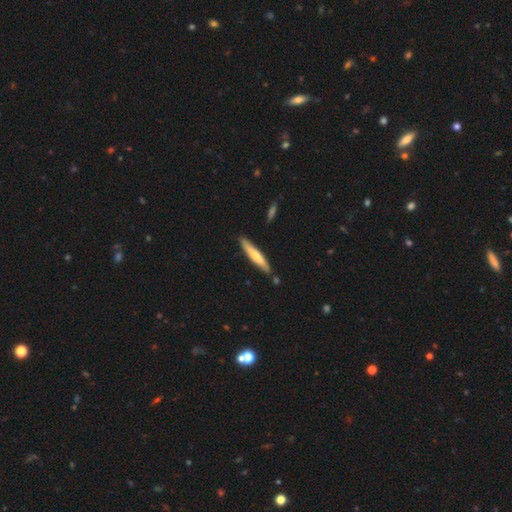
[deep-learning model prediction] Smooth or featured? smooth (63%)
How rounded? cigar-shaped (90%)
Merging? none (83%)